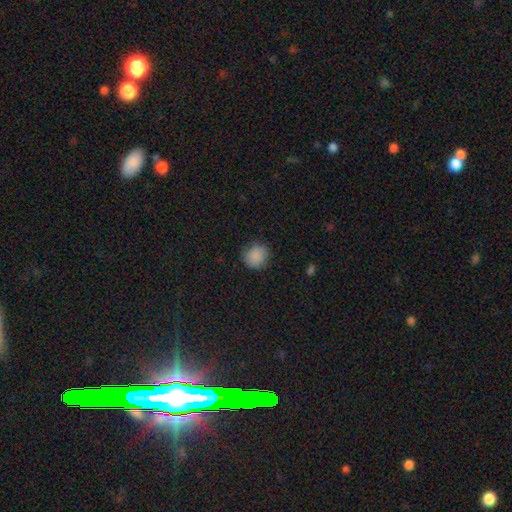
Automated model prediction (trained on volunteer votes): smooth 87%, star or artifact 9%, featured or disk 4%. Down the decision tree: how rounded — round (83%); merging — none (84%).